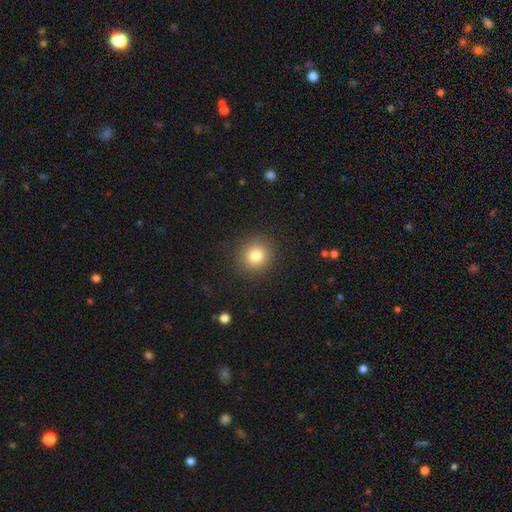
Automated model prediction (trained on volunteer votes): This is clearly a smooth galaxy (82%). How rounded: clearly round (89%). Merging: clearly none (89%).